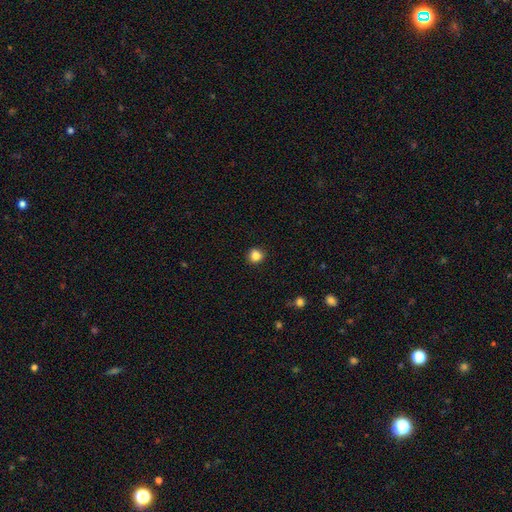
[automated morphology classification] smooth-or-featured: smooth: 85% | star or artifact: 11% | featured or disk: 4%
  how-rounded: round: 89% | in between: 10% | cigar-shaped: 1%
  merging: none: 90% | minor disturbance: 7% | major disturbance: 2% | merger: 1%